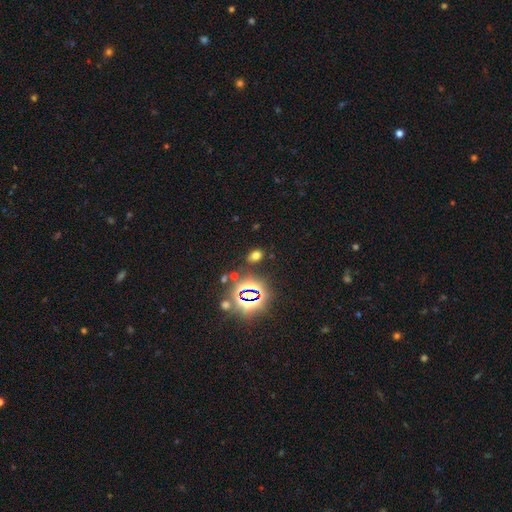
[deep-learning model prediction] This appears to be a smooth galaxy with no disk features (59%) that is in between round and cigar-shaped (76%). Merging: none (82%).